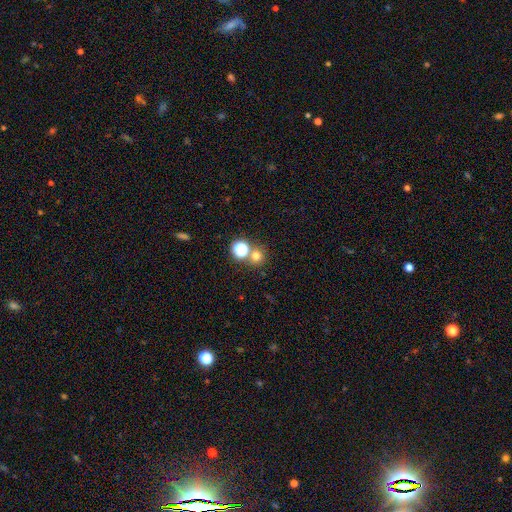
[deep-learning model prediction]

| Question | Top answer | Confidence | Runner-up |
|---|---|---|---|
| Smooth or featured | smooth | 69% | star or artifact (23%) |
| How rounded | round | 89% | in between (10%) |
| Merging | none | 67% | merger (23%) |